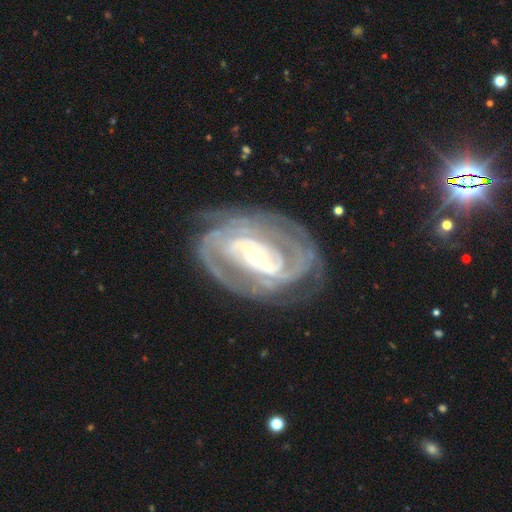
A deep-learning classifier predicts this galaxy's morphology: Smooth or featured? featured or disk (90%)
Edge-on disk? no (96%)
Bar? strong (46%)
Spiral arms? yes (95%)
Spiral winding? tight (69%)
Spiral arm count? 2 (34%)
Bulge size? moderate (55%)
Merging? none (73%)